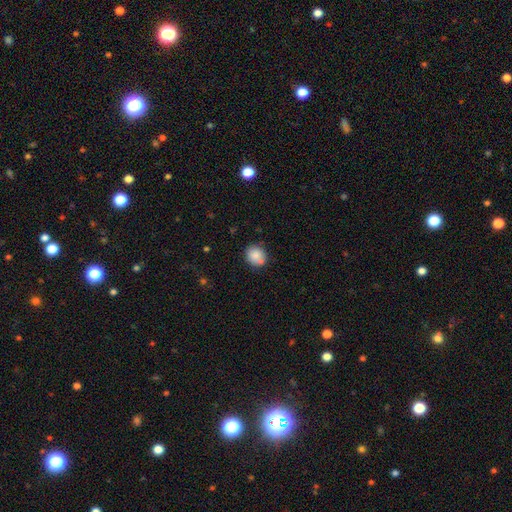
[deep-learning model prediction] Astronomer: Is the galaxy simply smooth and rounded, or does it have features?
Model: smooth — 84%.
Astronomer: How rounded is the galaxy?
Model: round — 80%.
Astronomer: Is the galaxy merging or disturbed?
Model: none — 69%.